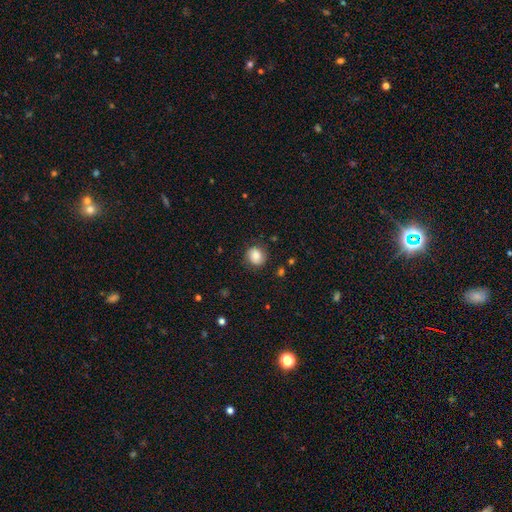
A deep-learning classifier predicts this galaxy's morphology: A smooth galaxy with no disk features (77%) that is round (81%). Merging: none (81%).